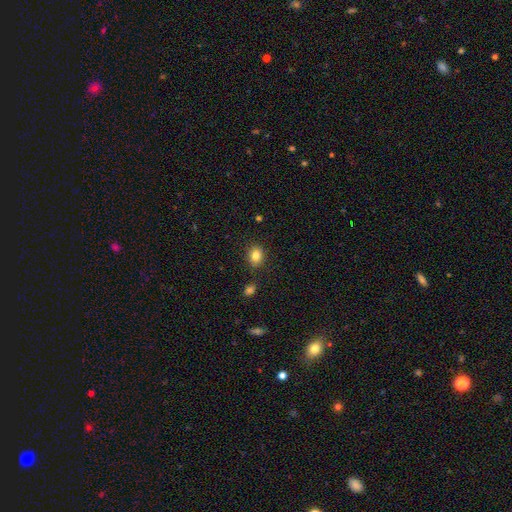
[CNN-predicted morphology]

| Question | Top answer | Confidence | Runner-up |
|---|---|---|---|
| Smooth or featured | smooth | 83% | star or artifact (10%) |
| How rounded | round | 54% | in between (45%) |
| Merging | none | 87% | minor disturbance (9%) |